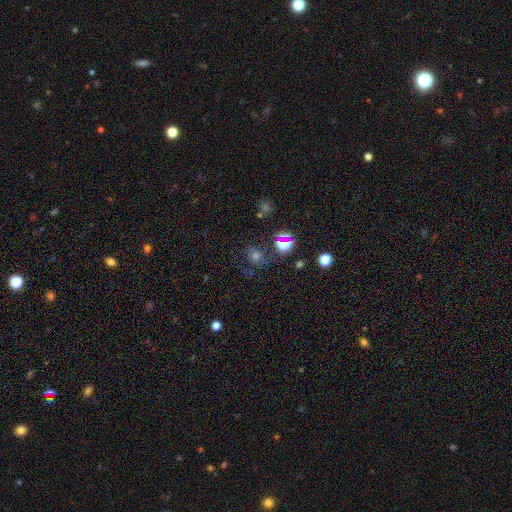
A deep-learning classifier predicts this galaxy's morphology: Smooth or featured? star or artifact (42%)